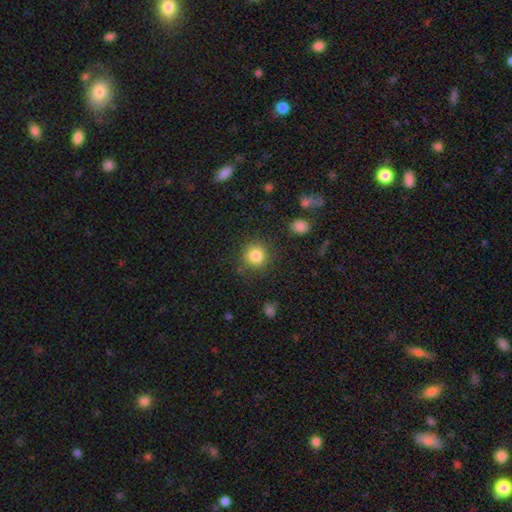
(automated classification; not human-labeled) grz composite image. It shows a smooth galaxy with no disk features (84%) that is round (92%). Merging: none (86%).